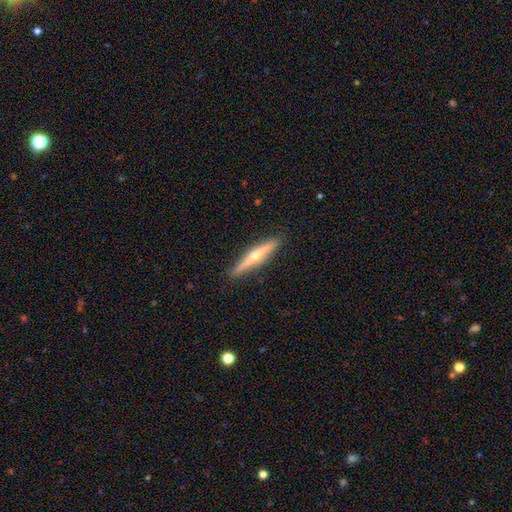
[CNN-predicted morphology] Q: Smooth or featured?
A: featured or disk (62%); runner-up: smooth (33%)
Q: Edge-on disk?
A: yes (96%); runner-up: no (4%)
Q: Edge-on bulge?
A: rounded (83%); runner-up: none (13%)
Q: Merging?
A: none (90%); runner-up: minor disturbance (7%)